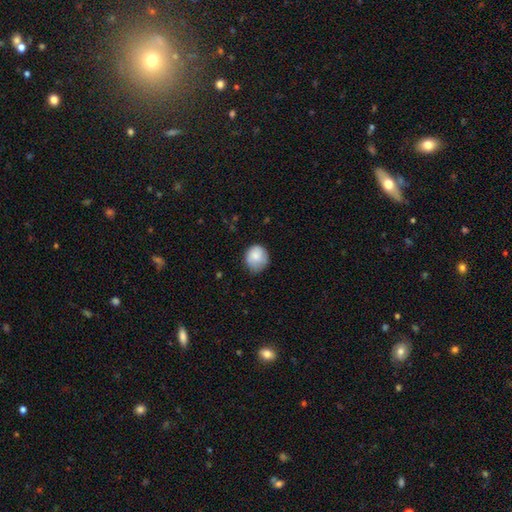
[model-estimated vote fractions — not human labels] smooth_or_featured: smooth (p=0.82) [alt: featured or disk p=0.11]
how_rounded: round (p=0.75) [alt: in between p=0.24]
merging: none (p=0.66) [alt: minor disturbance p=0.27]